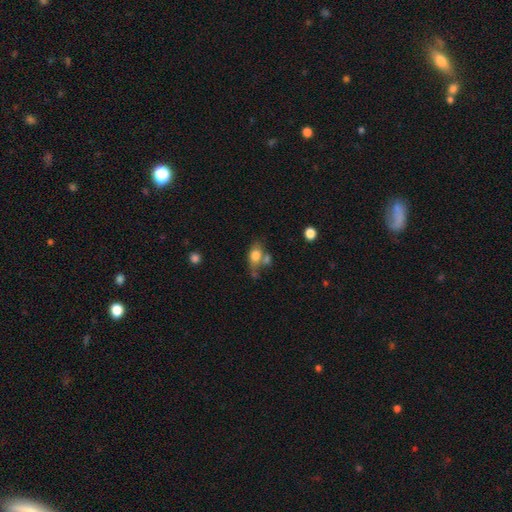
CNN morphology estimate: Overall: smooth (75%). How rounded: in between (77%). Merging: none (41%; merger 32%).